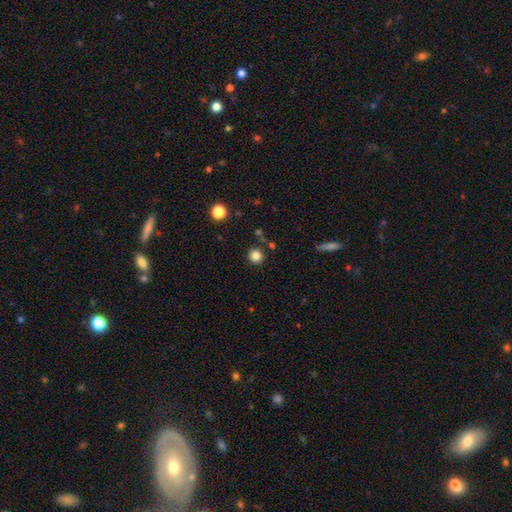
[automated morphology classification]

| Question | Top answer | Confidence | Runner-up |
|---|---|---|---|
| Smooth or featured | smooth | 83% | star or artifact (12%) |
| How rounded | round | 93% | in between (6%) |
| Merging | none | 87% | minor disturbance (7%) |